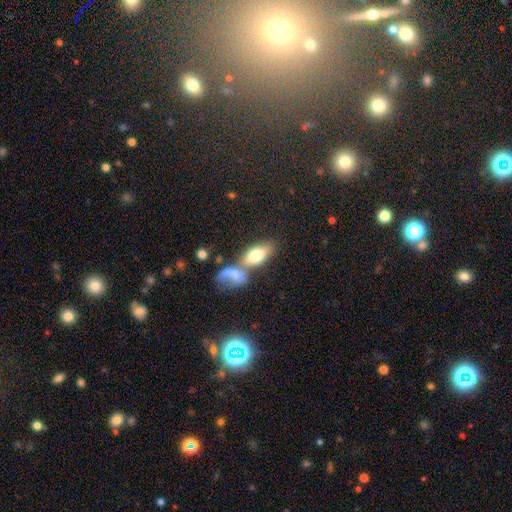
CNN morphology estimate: smooth_or_featured: smooth (p=0.72) [alt: featured or disk p=0.20]
how_rounded: in between (p=0.86) [alt: cigar-shaped p=0.09]
merging: merger (p=0.44) [alt: none p=0.37]